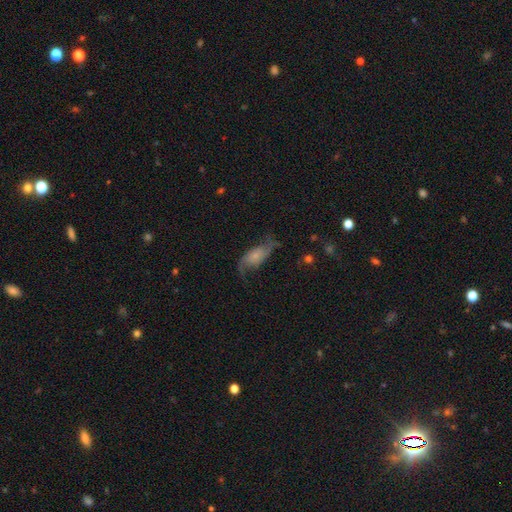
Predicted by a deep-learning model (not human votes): Q: Smooth or featured?
A: featured or disk (65%); runner-up: smooth (27%)
Q: Edge-on disk?
A: no (91%); runner-up: yes (9%)
Q: Bar?
A: no (69%); runner-up: weak (24%)
Q: Spiral arms?
A: yes (90%); runner-up: no (10%)
Q: Spiral winding?
A: loose (72%); runner-up: medium (22%)
Q: Spiral arm count?
A: 2 (88%); runner-up: can't tell (5%)
Q: Bulge size?
A: small (58%); runner-up: moderate (19%)
Q: Merging?
A: none (58%); runner-up: minor disturbance (23%)